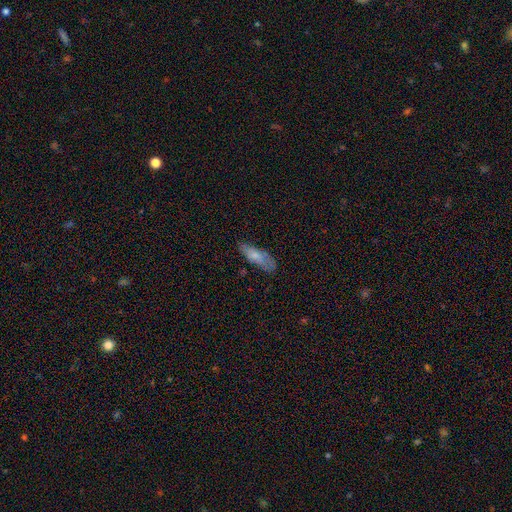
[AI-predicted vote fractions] smooth-or-featured: smooth: 72% | featured or disk: 21% | star or artifact: 6%
  how-rounded: in between: 54% | cigar-shaped: 44% | round: 2%
  merging: none: 69% | minor disturbance: 23% | major disturbance: 6% | merger: 2%